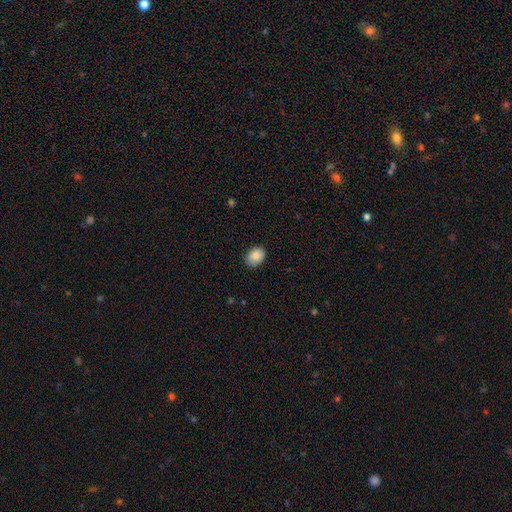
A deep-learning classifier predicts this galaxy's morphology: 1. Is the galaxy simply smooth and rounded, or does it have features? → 86% smooth, 8% star or artifact, 6% featured or disk.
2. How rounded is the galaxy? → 75% in between, 24% round, 1% cigar-shaped.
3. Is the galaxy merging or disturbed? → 85% none, 12% minor disturbance, 2% major disturbance, 1% merger.